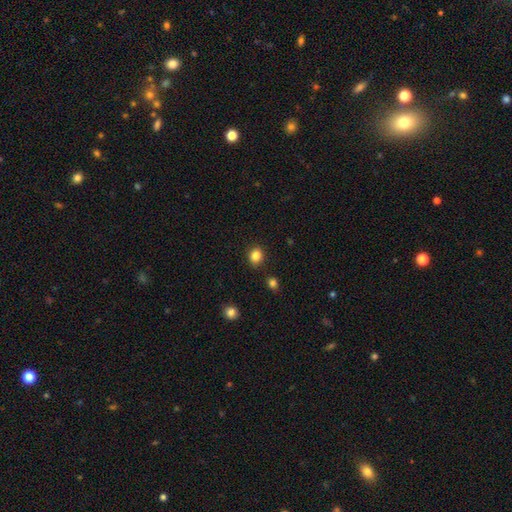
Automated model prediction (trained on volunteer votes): smooth_or_featured: smooth (p=0.85) [alt: star or artifact p=0.11]
how_rounded: round (p=0.71) [alt: in between p=0.28]
merging: none (p=0.88) [alt: minor disturbance p=0.08]